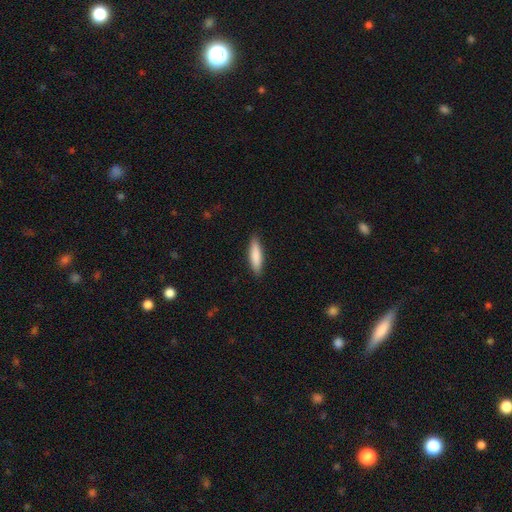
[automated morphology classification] The model was most divided on "how rounded": cigar-shaped: 73%, in between: 26%, round: 1%. More confident: merging — none (89%); smooth or featured — smooth (84%).